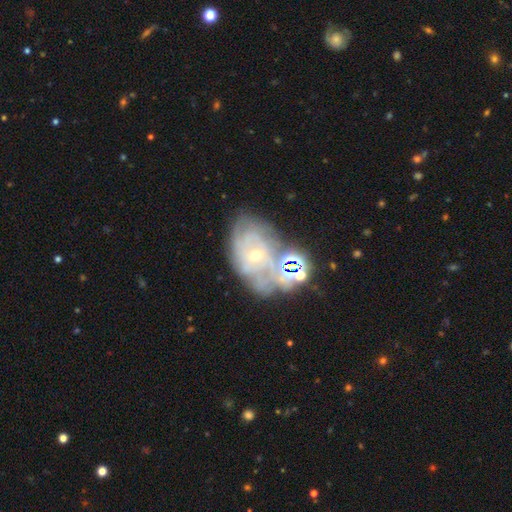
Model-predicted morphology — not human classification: Smooth or featured? Predicted: featured or disk (p=0.69). Edge-on disk? Predicted: no (p=0.96). Bar? Predicted: no (p=0.72). Spiral arms? Predicted: yes (p=0.73). Bulge size? Predicted: small (p=0.65). Merging? Predicted: none (p=0.49).